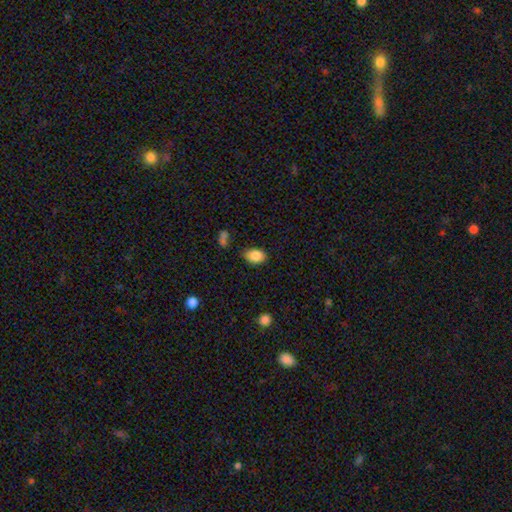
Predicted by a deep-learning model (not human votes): This appears to be a smooth galaxy with no disk features (87%) that is in between round and cigar-shaped (84%). Merging: none (76%).